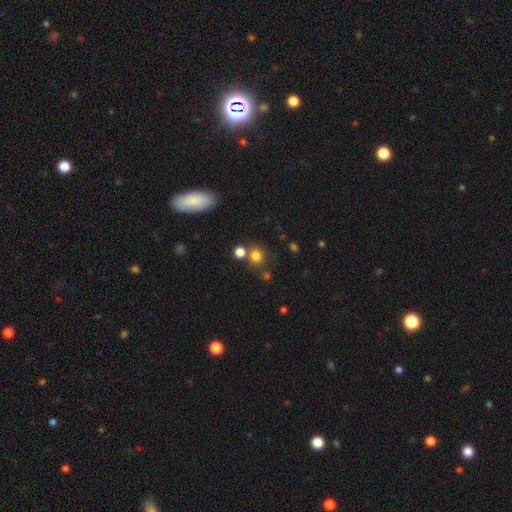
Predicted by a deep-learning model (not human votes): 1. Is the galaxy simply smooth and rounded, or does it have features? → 79% smooth, 14% star or artifact, 6% featured or disk.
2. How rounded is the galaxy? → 84% round, 15% in between, 1% cigar-shaped.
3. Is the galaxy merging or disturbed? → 67% none, 19% merger, 10% minor disturbance, 4% major disturbance.